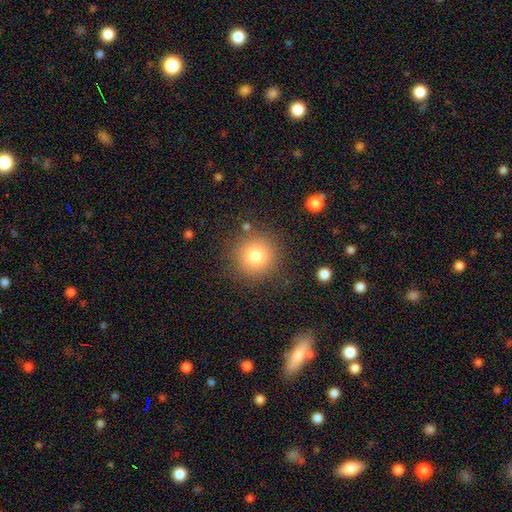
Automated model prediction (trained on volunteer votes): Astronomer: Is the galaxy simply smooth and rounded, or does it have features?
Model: smooth — 80%.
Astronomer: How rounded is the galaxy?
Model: round — 95%.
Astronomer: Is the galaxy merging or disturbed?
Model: none — 85%.